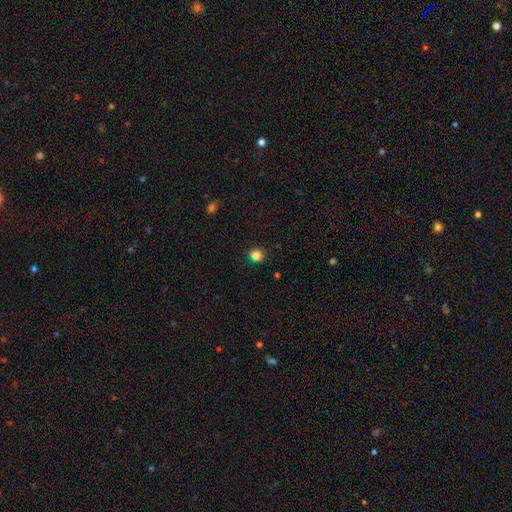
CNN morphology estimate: Smooth or featured?
  - smooth: 82% *
  - star or artifact: 14%
  - featured or disk: 4%
How rounded?
  - round: 86% *
  - in between: 13%
  - cigar-shaped: 1%
Merging?
  - none: 87% *
  - minor disturbance: 9%
  - merger: 3%
  - major disturbance: 2%